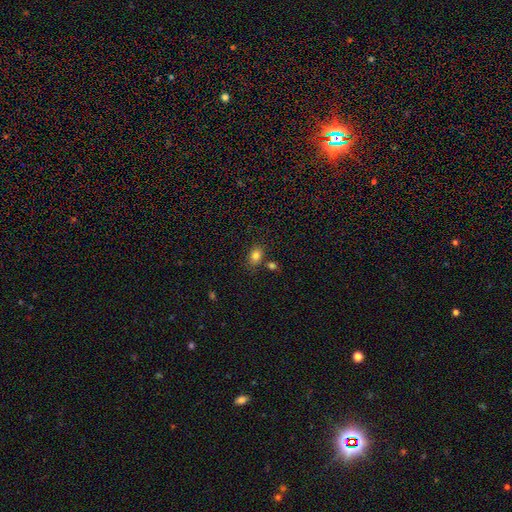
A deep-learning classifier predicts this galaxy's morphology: A smooth galaxy with no disk features (82%) that is in between round and cigar-shaped (70%). Merging: none (73%).